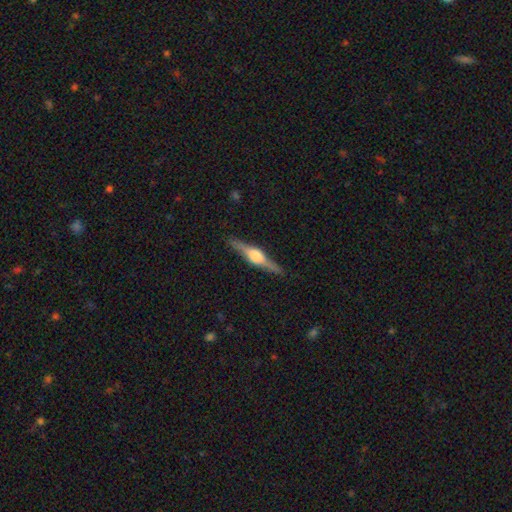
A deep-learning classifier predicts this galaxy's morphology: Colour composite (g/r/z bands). It shows a featured or disk galaxy (81%) viewed edge-on (98%) with a rounded central bulge (89%). Merging: none (90%).